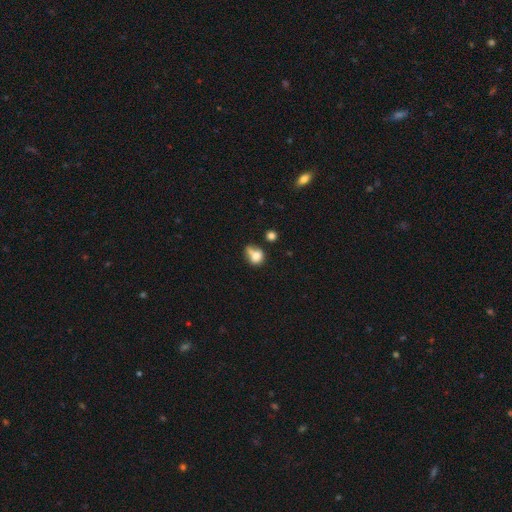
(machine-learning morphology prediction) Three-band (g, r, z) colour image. It shows a smooth galaxy with no disk features (75%) that is round (64%). Merging: merger (37%).